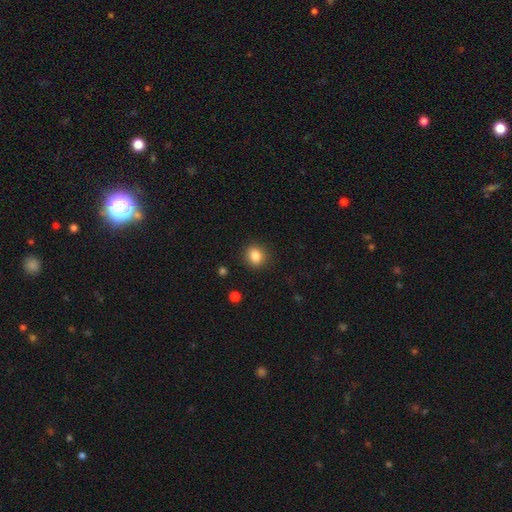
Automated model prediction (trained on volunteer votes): Smooth or featured? Predicted: smooth (p=0.85). How rounded? Predicted: round (p=0.65). Merging? Predicted: none (p=0.89).